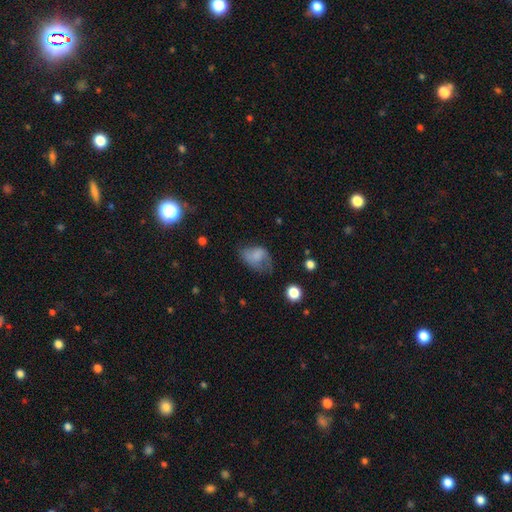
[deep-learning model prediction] smooth-or-featured: smooth: 65% | featured or disk: 23% | star or artifact: 11%
  how-rounded: in between: 79% | round: 20% | cigar-shaped: 1%
  merging: minor disturbance: 33% (tied) | none: 33% (tied) | major disturbance: 31% | merger: 3%